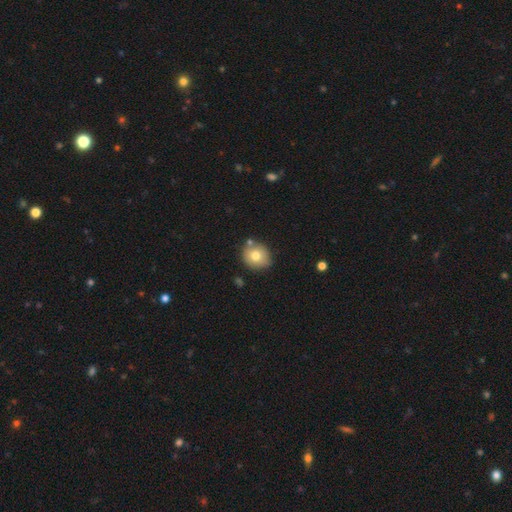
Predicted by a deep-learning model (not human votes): Smooth or featured? Predicted: smooth (p=0.75). How rounded? Predicted: round (p=0.82). Merging? Predicted: none (p=0.76).